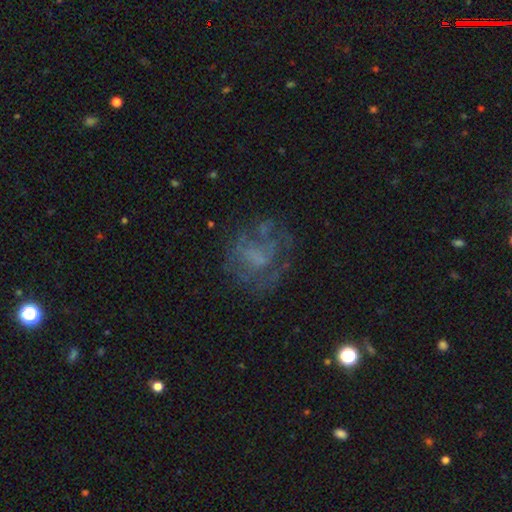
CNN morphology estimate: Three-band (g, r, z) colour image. It shows a featured or disk galaxy (56%) with no bar (78%), no spiral arms (59%) and no central bulge (57%). Merging: none (56%).